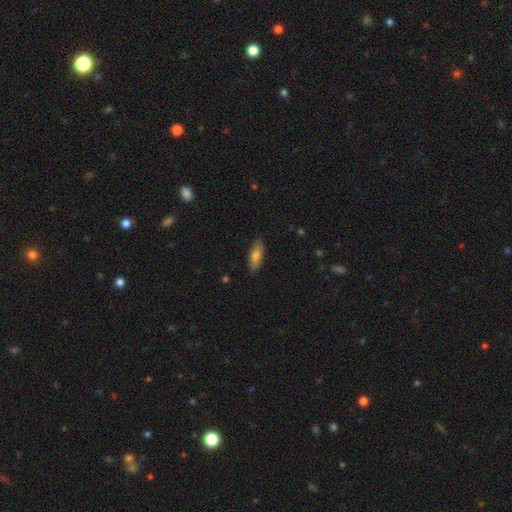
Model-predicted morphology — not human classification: This is likely a smooth galaxy (79%). How rounded: likely in between (70%). Merging: clearly none (86%).